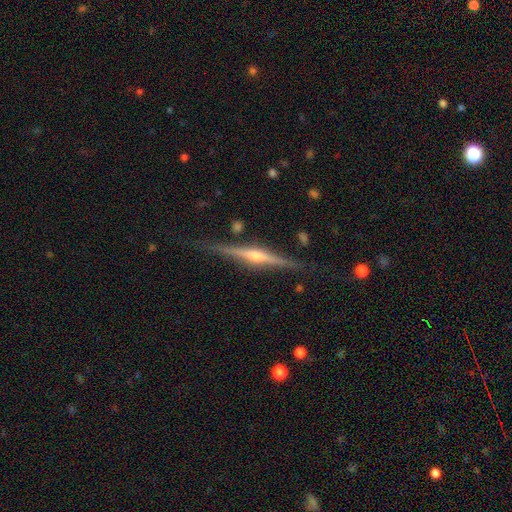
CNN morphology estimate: Smooth or featured: featured or disk — 85% (smooth — 10%)
Edge-on disk: yes — 98% (no — 2%)
Edge-on bulge: rounded — 87% (boxy — 7%)
Merging: none — 86% (minor disturbance — 10%)